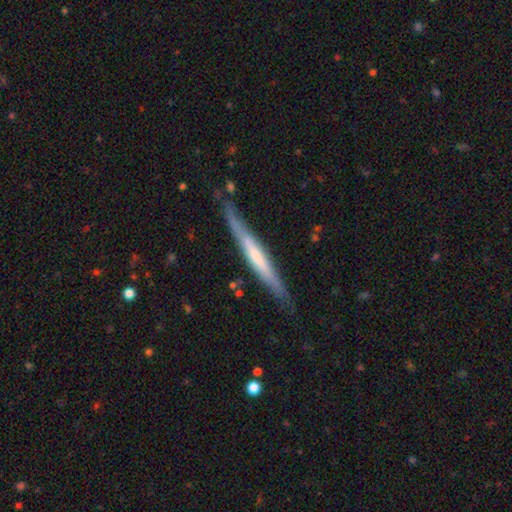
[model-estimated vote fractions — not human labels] Morphology: type=featured or disk (60%); edge-on=yes (93%); edge-on bulge=none (59%); merging=none (80%).